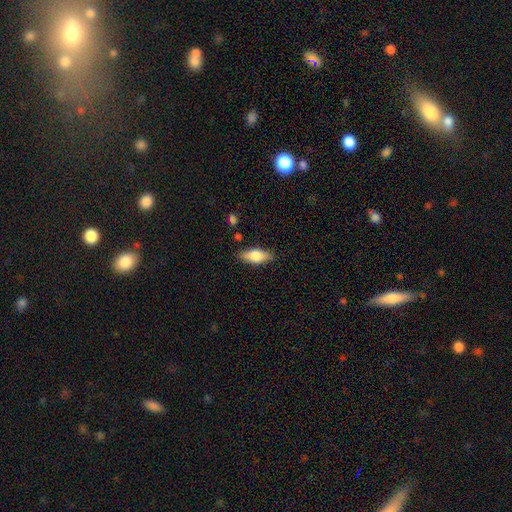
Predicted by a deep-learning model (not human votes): A smooth galaxy with no disk features (67%) that is in between round and cigar-shaped (76%).

Vote fractions:
- Smooth or featured? smooth: 67% / featured or disk: 26% / star or artifact: 7%
- How rounded? in between: 76% / cigar-shaped: 21% / round: 3%
- Merging? none: 83% / minor disturbance: 12% / major disturbance: 3% / merger: 2%